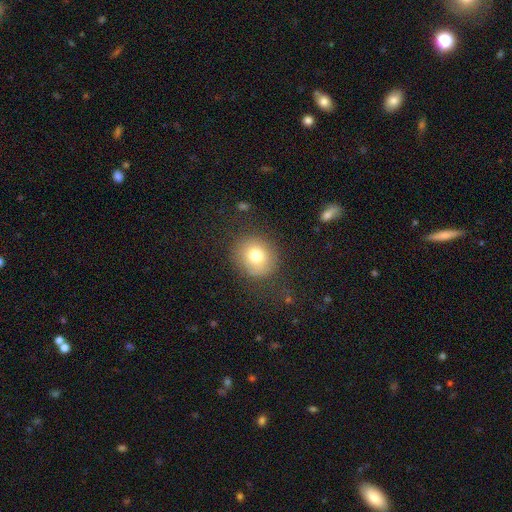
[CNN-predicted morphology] type=smooth (76%); roundness=round (83%); merging=none (79%).